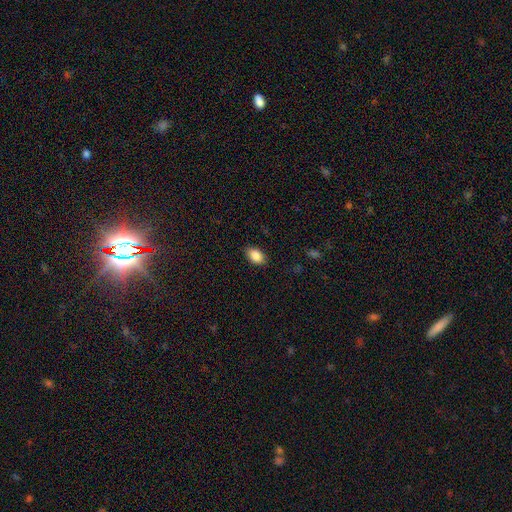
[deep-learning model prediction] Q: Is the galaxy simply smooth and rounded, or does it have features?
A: smooth — 87%.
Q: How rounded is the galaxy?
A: in between — 88%.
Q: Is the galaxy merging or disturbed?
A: none — 87%.